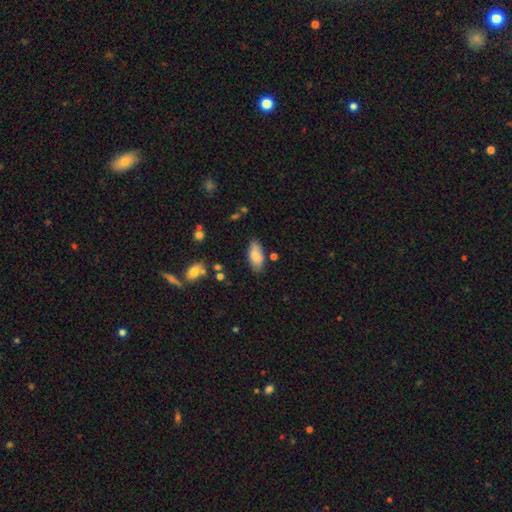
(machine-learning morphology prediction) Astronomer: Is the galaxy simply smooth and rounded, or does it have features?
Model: smooth — 84%.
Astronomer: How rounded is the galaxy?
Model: in between — 88%.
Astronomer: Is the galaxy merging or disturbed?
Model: none — 80%.